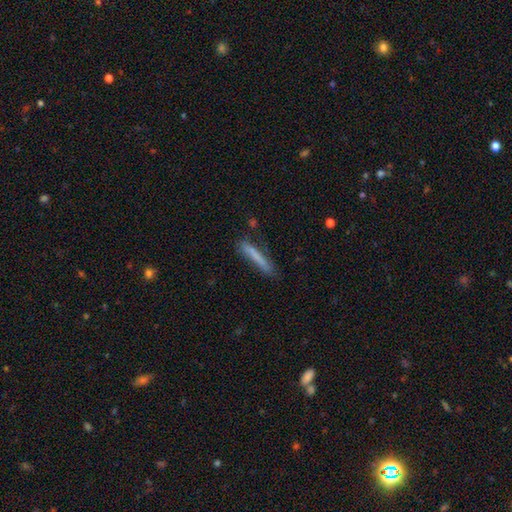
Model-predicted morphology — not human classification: Q: Smooth or featured?
A: smooth (71%); runner-up: featured or disk (22%)
Q: How rounded?
A: cigar-shaped (95%); runner-up: in between (4%)
Q: Merging?
A: none (76%); runner-up: minor disturbance (18%)